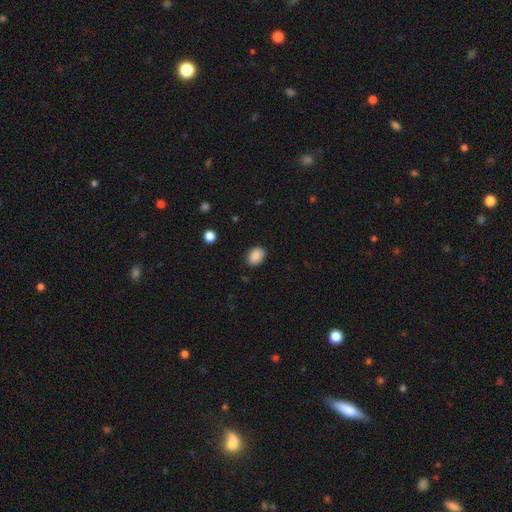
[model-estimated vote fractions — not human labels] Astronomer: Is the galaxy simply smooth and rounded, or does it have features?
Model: smooth — 88%.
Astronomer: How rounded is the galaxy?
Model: in between — 69%.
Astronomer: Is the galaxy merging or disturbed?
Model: none — 88%.